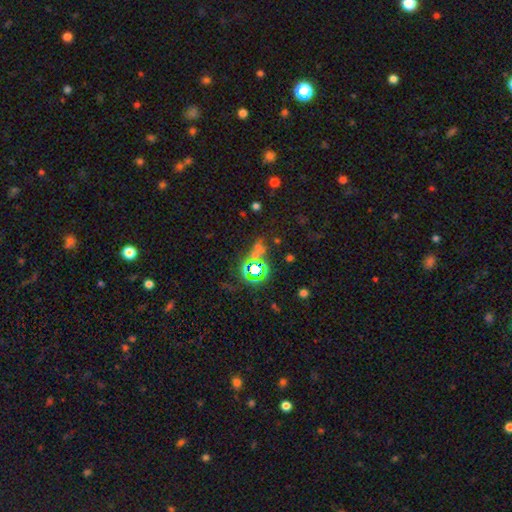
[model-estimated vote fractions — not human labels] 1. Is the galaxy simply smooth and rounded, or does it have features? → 70% star or artifact, 19% smooth, 11% featured or disk.